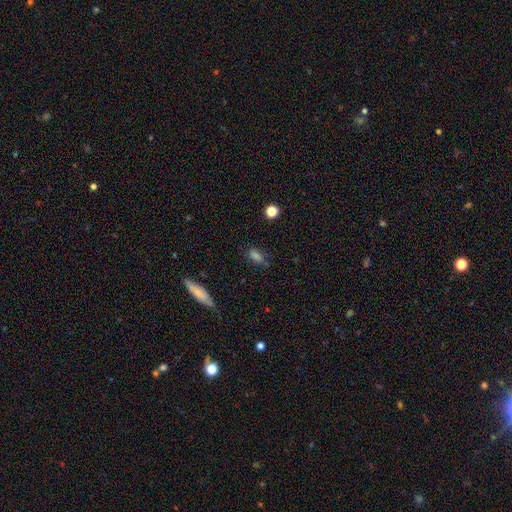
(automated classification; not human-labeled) smooth_or_featured: smooth (p=0.73) [alt: star or artifact p=0.15]
how_rounded: in between (p=0.76) [alt: cigar-shaped p=0.14]
merging: none (p=0.72) [alt: minor disturbance p=0.19]